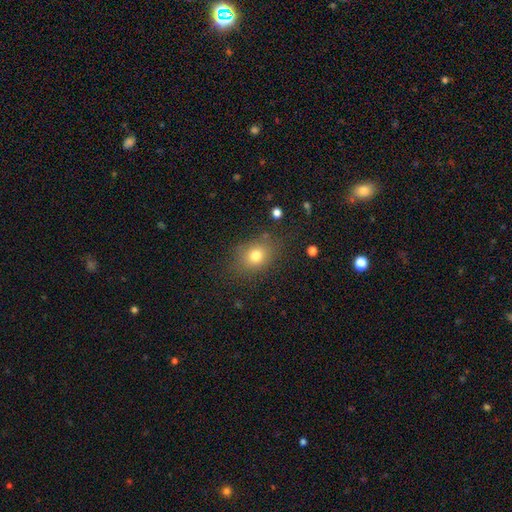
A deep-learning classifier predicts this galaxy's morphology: This is likely a smooth galaxy (78%). How rounded: possibly round (50%). Merging: likely none (78%).